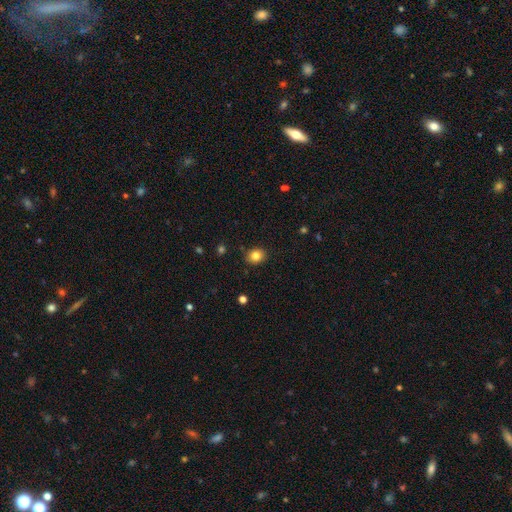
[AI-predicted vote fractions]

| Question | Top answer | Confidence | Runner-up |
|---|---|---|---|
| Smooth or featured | smooth | 82% | star or artifact (11%) |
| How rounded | round | 63% | in between (36%) |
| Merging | none | 88% | minor disturbance (9%) |